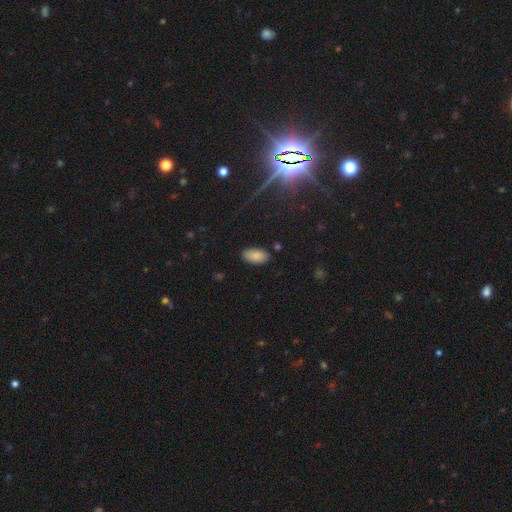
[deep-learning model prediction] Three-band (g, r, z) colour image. It shows a smooth galaxy with no disk features (87%) that is in between round and cigar-shaped (95%). Merging: none (86%).